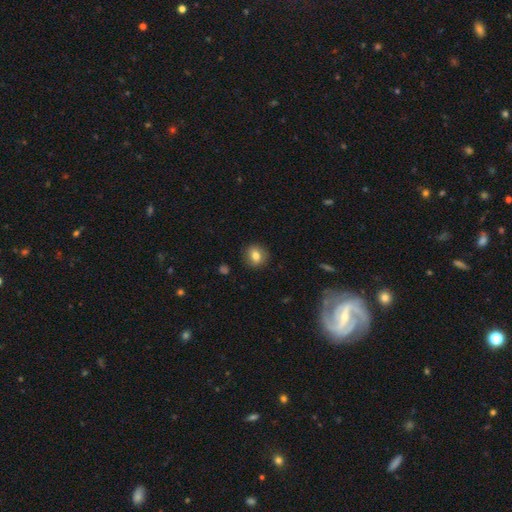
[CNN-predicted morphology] Smooth or featured?
  - smooth: 76% *
  - featured or disk: 15%
  - star or artifact: 10%
How rounded?
  - round: 72% *
  - in between: 26%
  - cigar-shaped: 1%
Merging?
  - none: 87% *
  - minor disturbance: 9%
  - major disturbance: 2%
  - merger: 1%